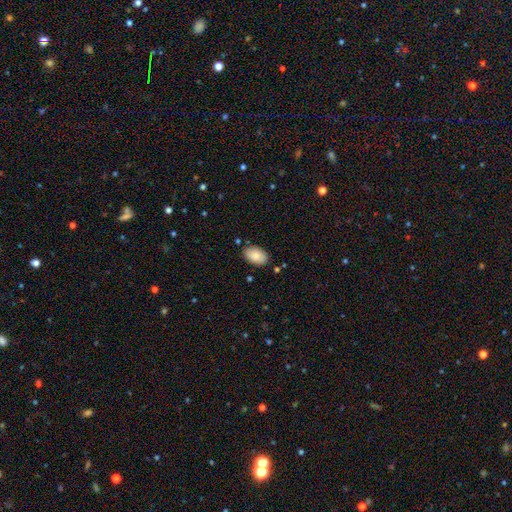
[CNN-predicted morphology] Q: Smooth or featured?
A: smooth (86%); runner-up: featured or disk (8%)
Q: How rounded?
A: in between (92%); runner-up: round (7%)
Q: Merging?
A: none (85%); runner-up: minor disturbance (11%)